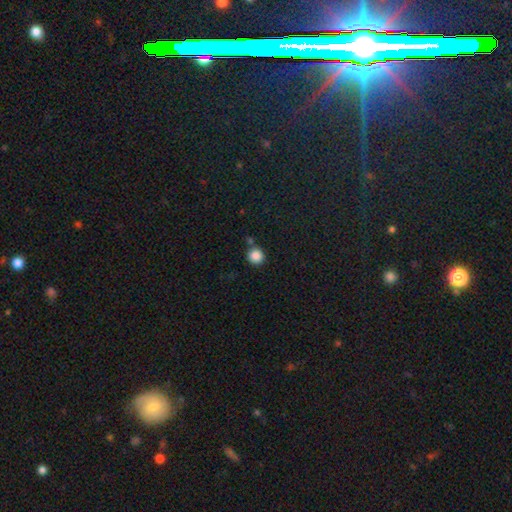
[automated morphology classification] Smooth or featured: smooth — 86% (star or artifact — 10%)
How rounded: round — 93% (in between — 6%)
Merging: none — 75% (merger — 11%)